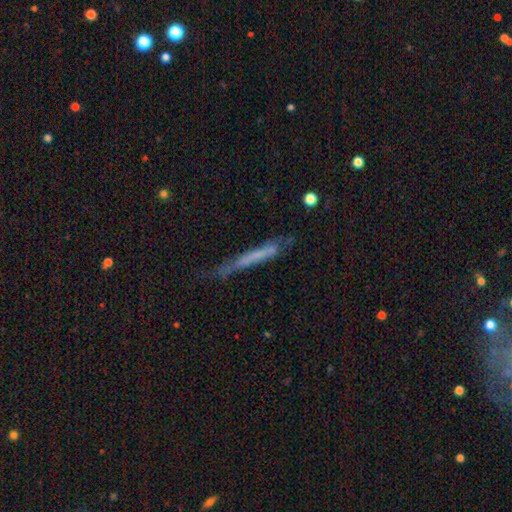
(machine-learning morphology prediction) smooth 47%, featured or disk 43%, star or artifact 9%. Down the decision tree: merging — none (56%).